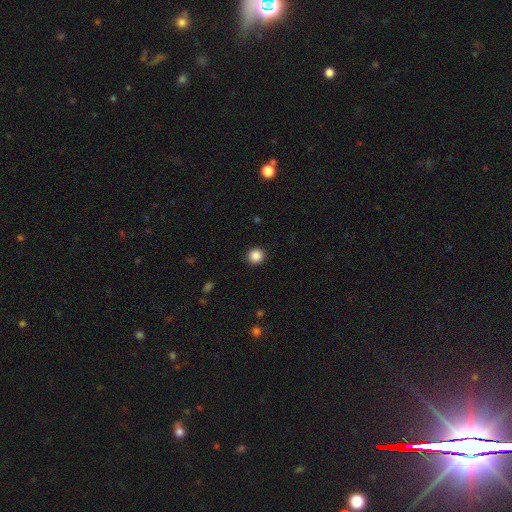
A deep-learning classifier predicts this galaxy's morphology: Smooth or featured? Predicted: smooth (p=0.87). How rounded? Predicted: round (p=0.92). Merging? Predicted: none (p=0.92).